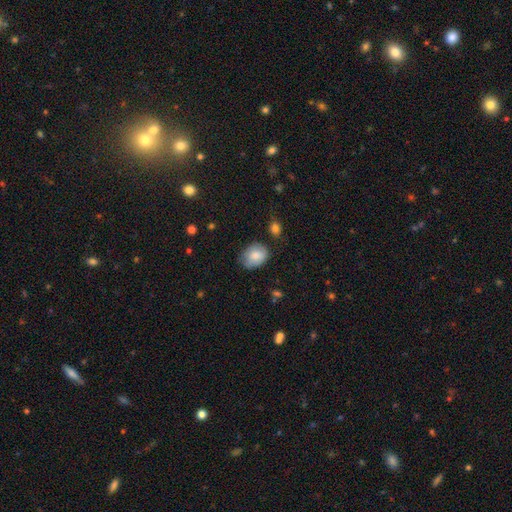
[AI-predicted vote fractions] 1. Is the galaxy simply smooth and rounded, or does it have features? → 78% smooth, 14% featured or disk, 7% star or artifact.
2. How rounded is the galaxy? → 61% in between, 38% round, 1% cigar-shaped.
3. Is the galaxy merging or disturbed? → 62% none, 29% minor disturbance, 6% major disturbance, 2% merger.